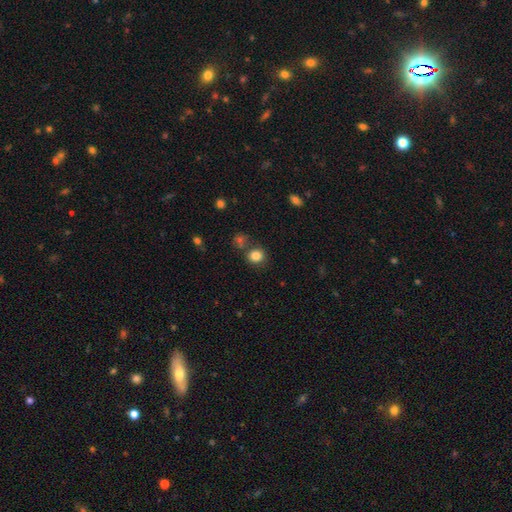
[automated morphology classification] Overall: smooth (83%). How rounded: round (78%). Merging: none (74%).